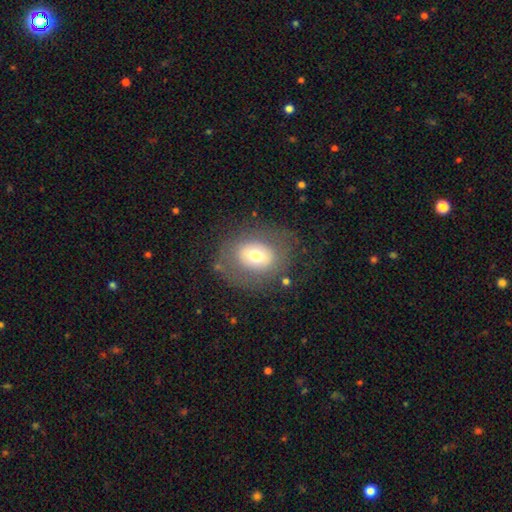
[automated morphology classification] A smooth galaxy with no disk features (57%) that is in between round and cigar-shaped (54%).

Vote fractions:
- Smooth or featured? smooth: 57% / featured or disk: 33% / star or artifact: 10%
- How rounded? in between: 54% / round: 45% / cigar-shaped: 1%
- Merging? none: 72% / minor disturbance: 15% / major disturbance: 11% / merger: 2%